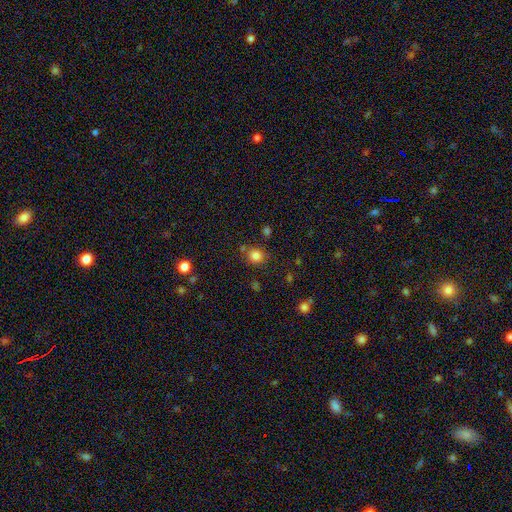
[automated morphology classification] Smooth or featured? smooth (82%)
How rounded? round (78%)
Merging? none (77%)